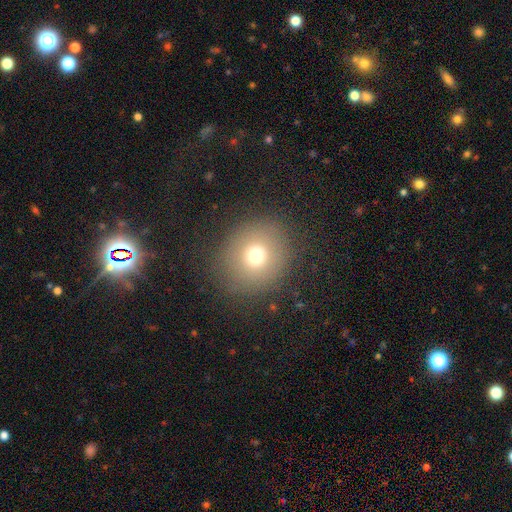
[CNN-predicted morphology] smooth_or_featured: smooth (p=0.71) [alt: star or artifact p=0.15]
how_rounded: round (p=0.81) [alt: in between p=0.18]
merging: none (p=0.84) [alt: minor disturbance p=0.10]